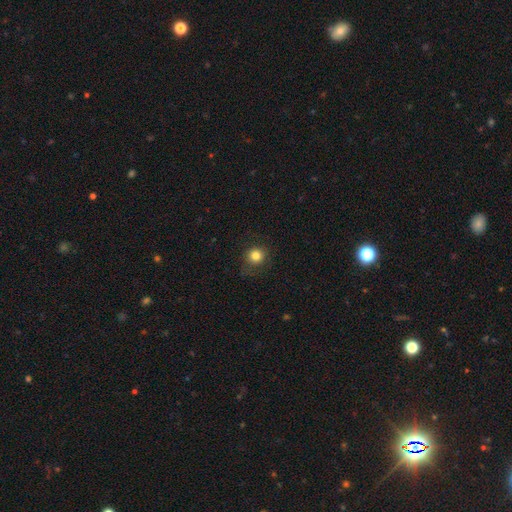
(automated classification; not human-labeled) The model was most divided on "merging": none: 80%, minor disturbance: 14%, major disturbance: 6%, merger: 1%. More confident: how rounded — round (89%); smooth or featured — smooth (82%).